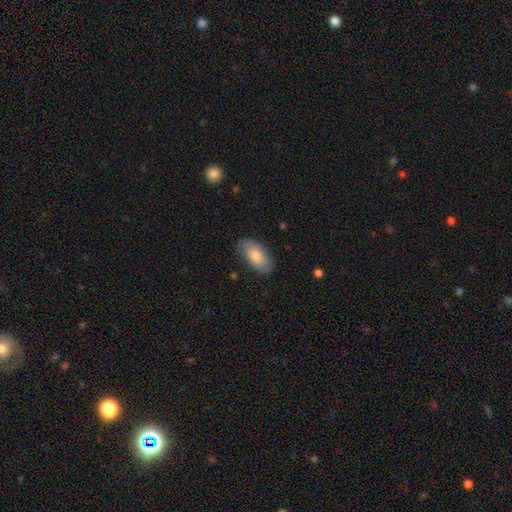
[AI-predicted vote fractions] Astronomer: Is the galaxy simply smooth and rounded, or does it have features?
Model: smooth — 76%.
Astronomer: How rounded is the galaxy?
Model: in between — 94%.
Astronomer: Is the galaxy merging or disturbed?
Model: none — 74%.